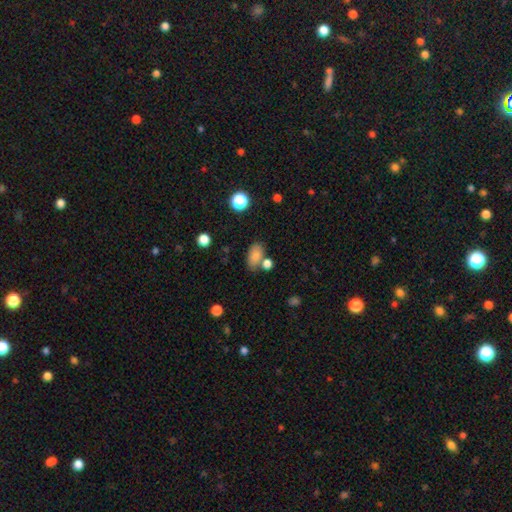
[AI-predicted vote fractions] smooth-or-featured: smooth: 82% | star or artifact: 10% | featured or disk: 8%
  how-rounded: in between: 89% | round: 8% | cigar-shaped: 3%
  merging: none: 62% | merger: 18% | minor disturbance: 15% | major disturbance: 5%